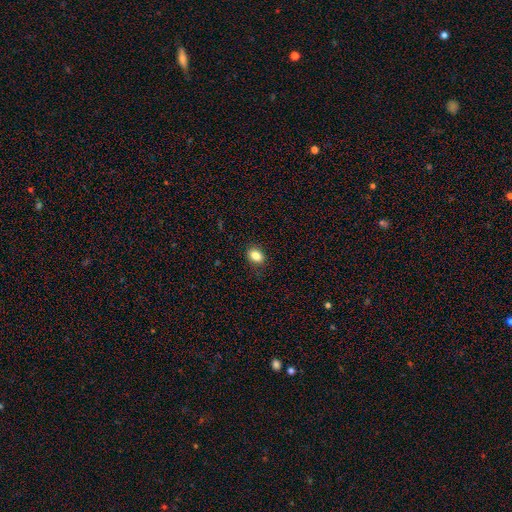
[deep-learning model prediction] smooth_or_featured: smooth (p=0.85) [alt: star or artifact p=0.10]
how_rounded: in between (p=0.72) [alt: round p=0.27]
merging: none (p=0.86) [alt: minor disturbance p=0.11]